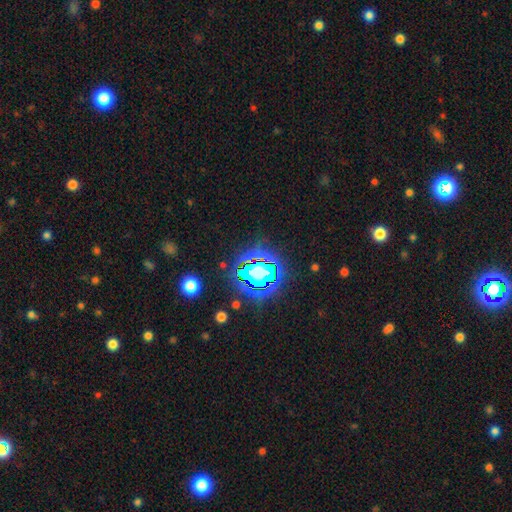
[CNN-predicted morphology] This is clearly a star or artifact rather than a galaxy (84%).